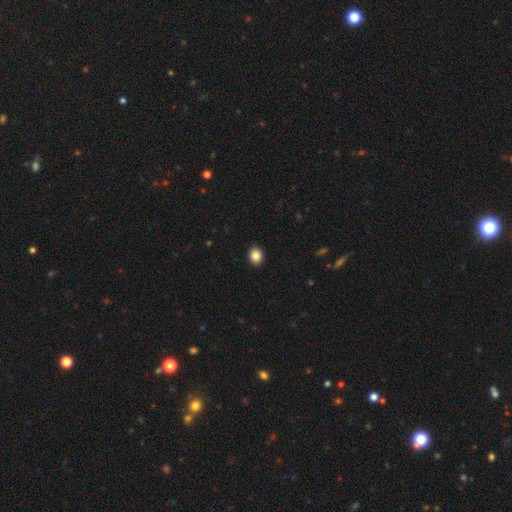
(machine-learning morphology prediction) This appears to be a smooth galaxy with no disk features (87%) that is round (66%). Merging: none (93%).